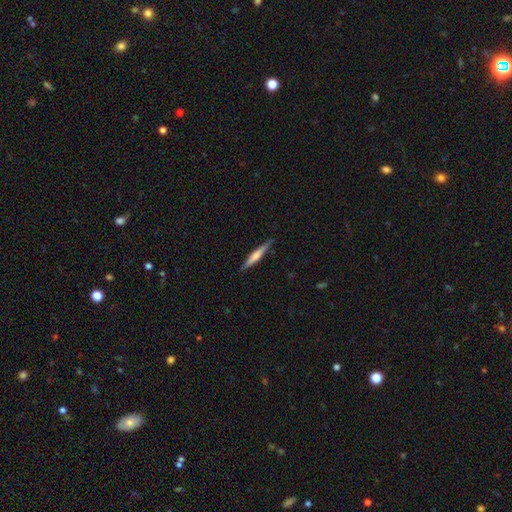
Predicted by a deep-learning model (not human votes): Smooth or featured?
  - smooth: 49% *
  - featured or disk: 46%
  - star or artifact: 5%
Merging?
  - none: 88% *
  - minor disturbance: 9%
  - major disturbance: 2%
  - merger: 1%